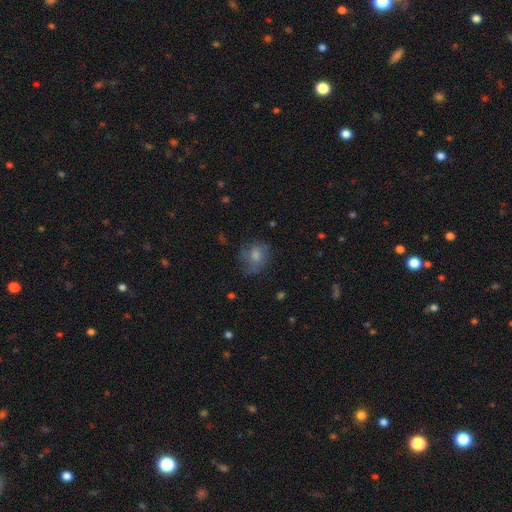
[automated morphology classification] smooth_or_featured: smooth (p=0.66) [alt: featured or disk p=0.24]
how_rounded: round (p=0.64) [alt: in between p=0.35]
merging: none (p=0.53) [alt: minor disturbance p=0.27]